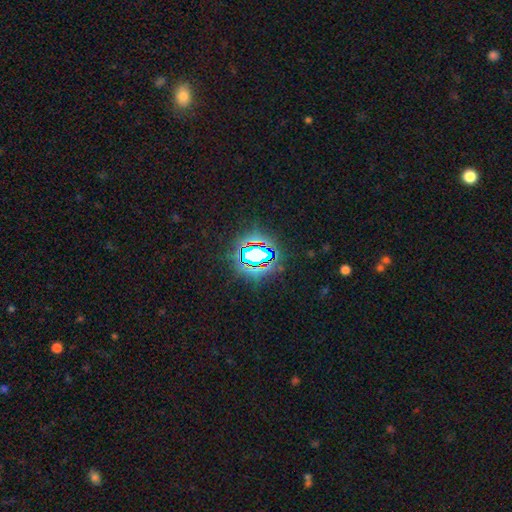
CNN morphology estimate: A star or artifact, not a galaxy (72%).